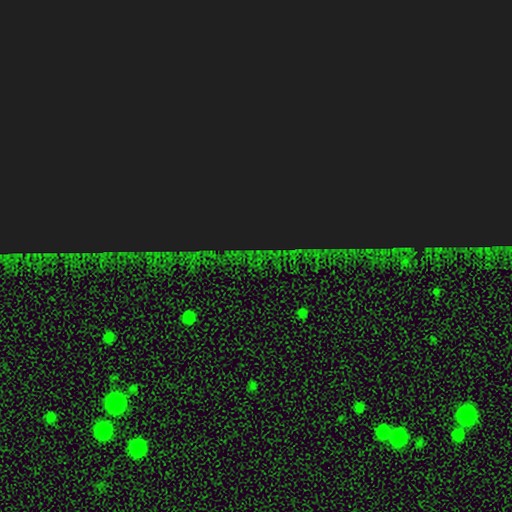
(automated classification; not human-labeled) A star or artifact, not a galaxy (85%).

Vote fractions:
- Smooth or featured? star or artifact: 85% / smooth: 8% / featured or disk: 7%